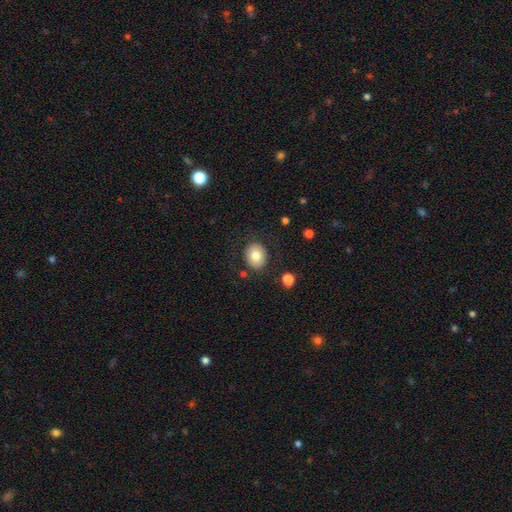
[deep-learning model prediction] This is likely a smooth galaxy (80%). How rounded: likely round (65%). Merging: clearly none (85%).